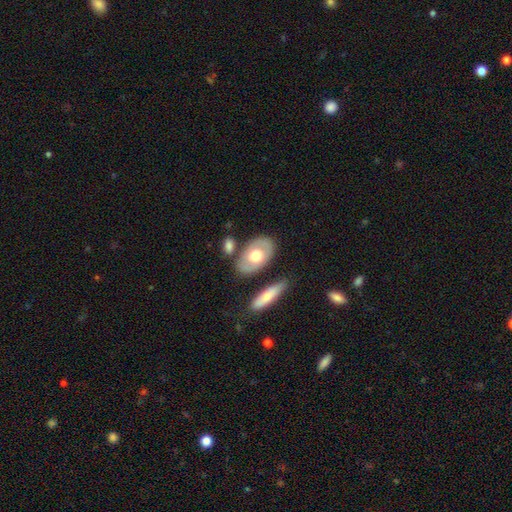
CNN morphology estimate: The model was most divided on "smooth or featured": smooth: 51%, featured or disk: 44%, star or artifact: 5%. More confident: how rounded — in between (89%); merging — none (73%).